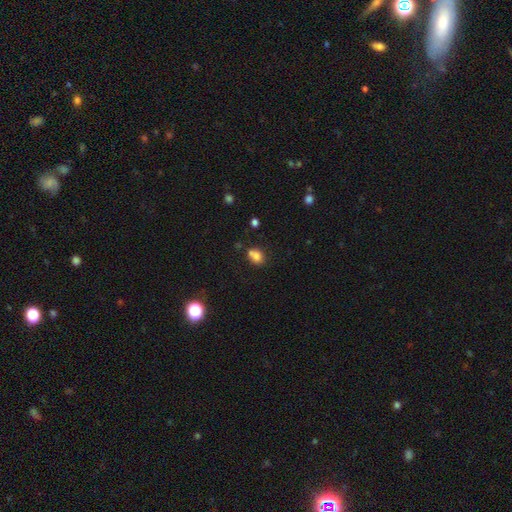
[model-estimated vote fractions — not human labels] Smooth or featured?
  - smooth: 77% *
  - star or artifact: 12%
  - featured or disk: 11%
How rounded?
  - in between: 55% *
  - round: 44%
  - cigar-shaped: 1%
Merging?
  - none: 49% *
  - merger: 29%
  - minor disturbance: 17%
  - major disturbance: 6%